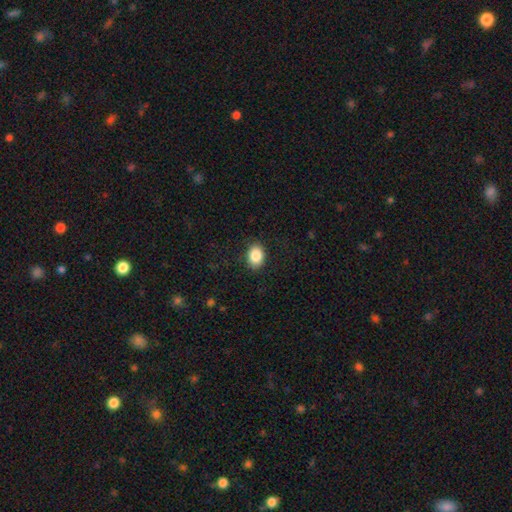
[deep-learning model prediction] Smooth or featured? Predicted: smooth (p=0.87). How rounded? Predicted: in between (p=0.71). Merging? Predicted: none (p=0.87).